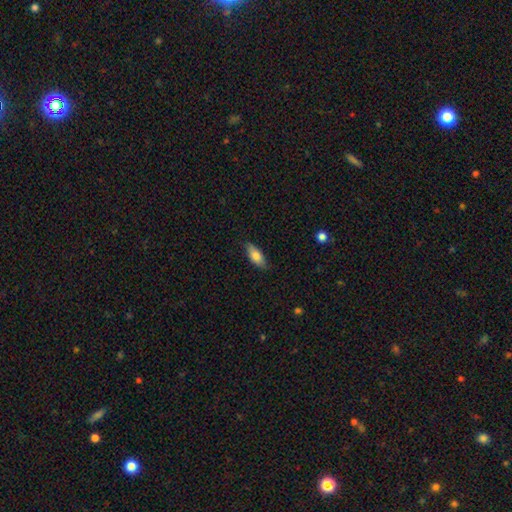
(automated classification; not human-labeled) Smooth or featured: smooth — 75% (featured or disk — 19%)
How rounded: in between — 78% (cigar-shaped — 19%)
Merging: none — 82% (minor disturbance — 15%)